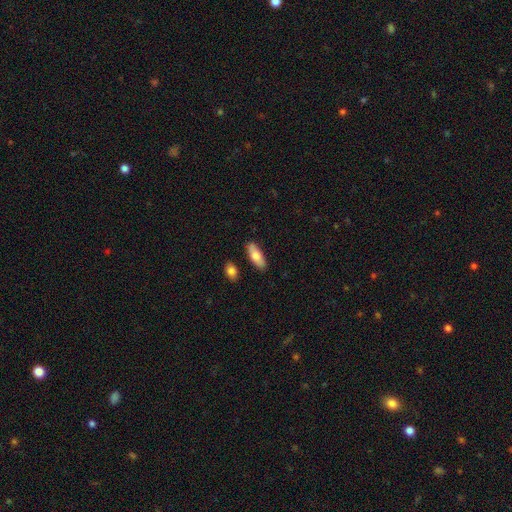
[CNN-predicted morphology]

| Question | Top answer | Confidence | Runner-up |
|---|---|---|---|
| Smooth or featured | smooth | 75% | featured or disk (20%) |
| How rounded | in between | 72% | cigar-shaped (26%) |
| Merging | none | 86% | minor disturbance (9%) |